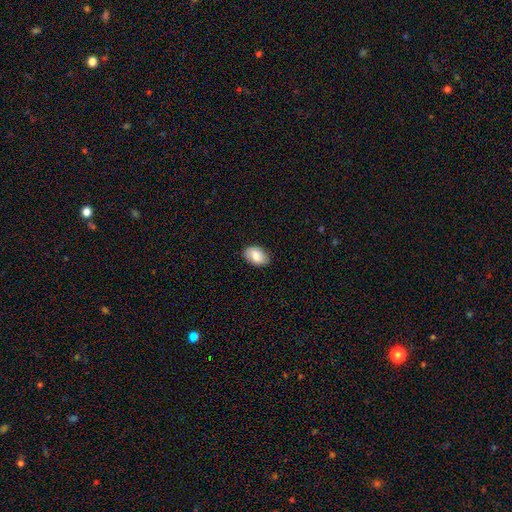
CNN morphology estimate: This is clearly a smooth galaxy (80%). How rounded: clearly in between (90%). Merging: clearly none (85%).